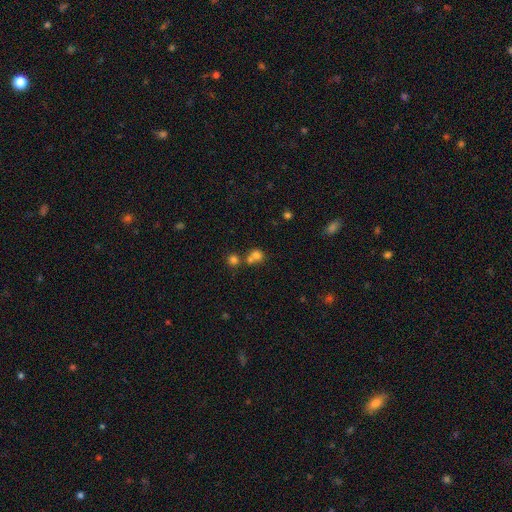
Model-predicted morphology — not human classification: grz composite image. It shows a smooth galaxy with no disk features (72%) that is round (81%). Merging: merger (49%).